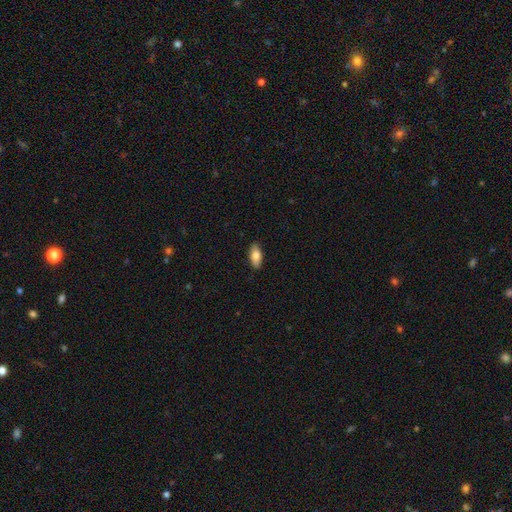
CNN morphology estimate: A smooth galaxy with no disk features (80%) that is in between round and cigar-shaped (87%).

Vote fractions:
- Smooth or featured? smooth: 80% / featured or disk: 14% / star or artifact: 6%
- How rounded? in between: 87% / cigar-shaped: 10% / round: 3%
- Merging? none: 88% / minor disturbance: 9% / major disturbance: 2% / merger: 1%